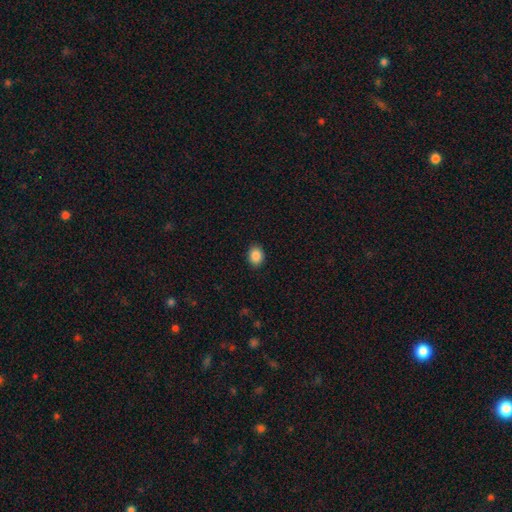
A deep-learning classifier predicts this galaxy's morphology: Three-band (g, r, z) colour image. It shows a smooth galaxy with no disk features (88%) that is in between round and cigar-shaped (53%). Merging: none (89%).